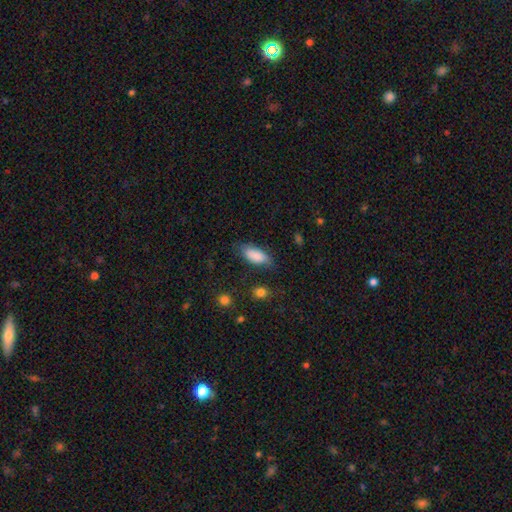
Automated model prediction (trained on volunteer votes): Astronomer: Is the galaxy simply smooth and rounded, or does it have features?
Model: smooth — 86%.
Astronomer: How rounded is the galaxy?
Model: in between — 84%.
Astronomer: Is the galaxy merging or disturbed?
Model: none — 72%.